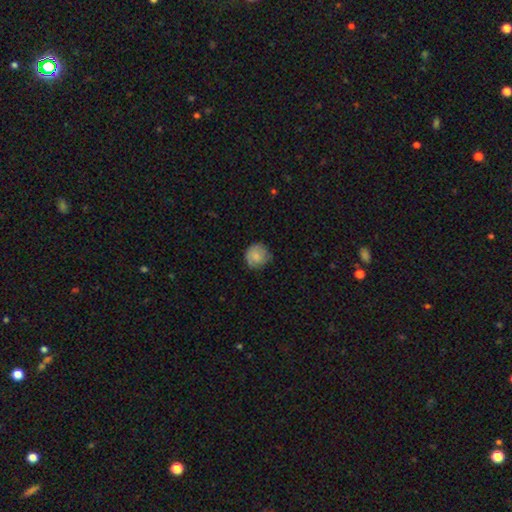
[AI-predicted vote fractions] Smooth or featured?
  - smooth: 78% *
  - featured or disk: 14%
  - star or artifact: 7%
How rounded?
  - round: 91% *
  - in between: 8%
  - cigar-shaped: 1%
Merging?
  - none: 73% *
  - minor disturbance: 21%
  - major disturbance: 5%
  - merger: 1%